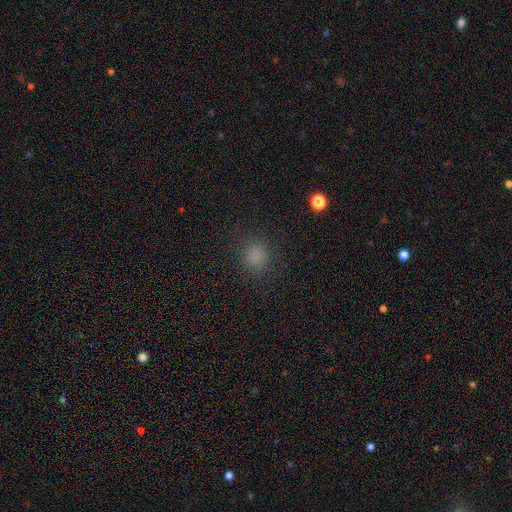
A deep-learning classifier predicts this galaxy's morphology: A smooth galaxy with no disk features (82%) that is round (83%).

Vote fractions:
- Smooth or featured? smooth: 82% / star or artifact: 14% / featured or disk: 4%
- How rounded? round: 83% / in between: 16% / cigar-shaped: 1%
- Merging? none: 87% / minor disturbance: 8% / major disturbance: 4% / merger: 1%